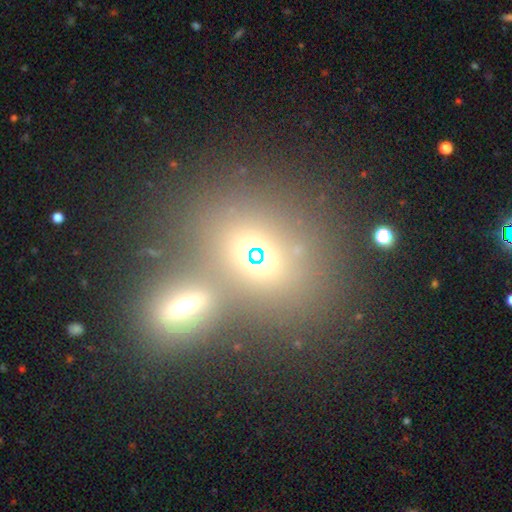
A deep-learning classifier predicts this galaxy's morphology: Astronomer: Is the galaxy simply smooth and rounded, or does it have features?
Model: smooth — 56%.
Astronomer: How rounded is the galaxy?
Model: round — 55% (runner-up: in between, 42%).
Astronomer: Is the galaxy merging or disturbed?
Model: none — 49% (runner-up: merger, 40%).